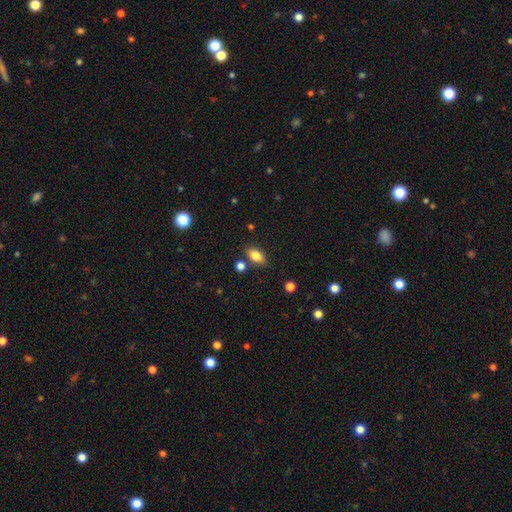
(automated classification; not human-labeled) Overall: smooth (82%). How rounded: in between (87%). Merging: none (79%).